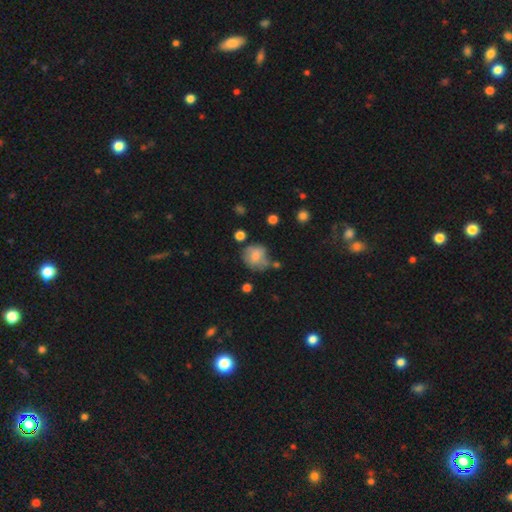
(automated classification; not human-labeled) smooth 71%, featured or disk 20%, star or artifact 10%. Down the decision tree: how rounded — round (73%); merging — none (46%).